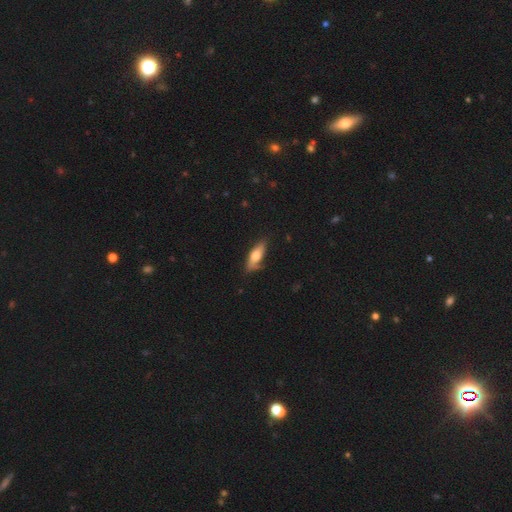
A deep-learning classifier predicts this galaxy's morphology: The model was most divided on "how rounded": in between: 63%, cigar-shaped: 34%, round: 3%. More confident: merging — none (64%); smooth or featured — smooth (63%).